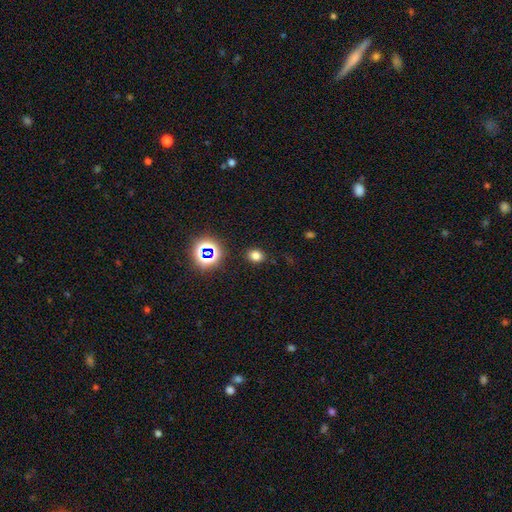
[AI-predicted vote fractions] Smooth or featured?
  - smooth: 74% *
  - star or artifact: 20%
  - featured or disk: 6%
How rounded?
  - round: 51% *
  - in between: 48%
  - cigar-shaped: 1%
Merging?
  - none: 87% *
  - minor disturbance: 9%
  - major disturbance: 3%
  - merger: 1%